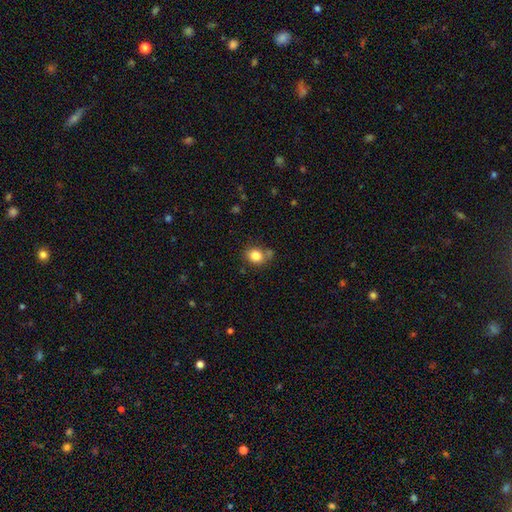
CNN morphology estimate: This is clearly a smooth galaxy (82%). How rounded: possibly round (58%). Merging: likely none (68%).